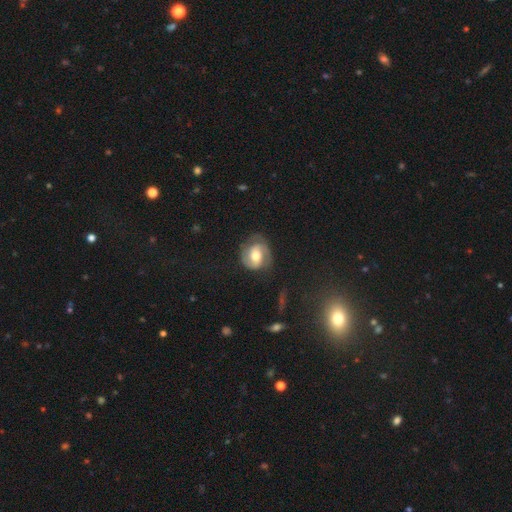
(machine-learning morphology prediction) Q: Smooth or featured?
A: featured or disk (63%); runner-up: smooth (29%)
Q: Edge-on disk?
A: no (97%); runner-up: yes (3%)
Q: Bar?
A: no (41%); tied with: weak (41%)
Q: Spiral arms?
A: yes (86%); runner-up: no (14%)
Q: Spiral winding?
A: medium (44%); runner-up: tight (38%)
Q: Spiral arm count?
A: 2 (81%); runner-up: can't tell (10%)
Q: Bulge size?
A: moderate (65%); runner-up: large (21%)
Q: Merging?
A: none (67%); runner-up: minor disturbance (21%)